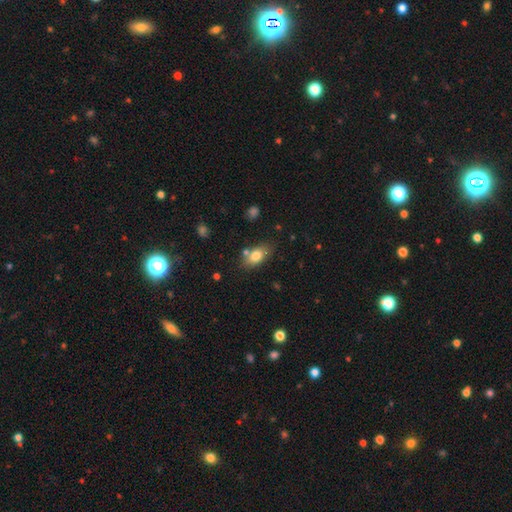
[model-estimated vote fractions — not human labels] This is likely a smooth galaxy (78%). How rounded: clearly in between (86%). Merging: likely none (70%).